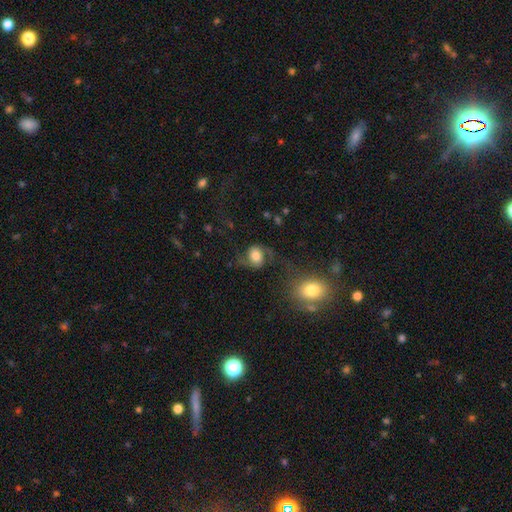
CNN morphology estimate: A featured or disk galaxy (58%) with no bar (62%), 2 (91%) loose (61%) spiral arms (90%) and a moderate central bulge (41%).

Vote fractions:
- Smooth or featured? featured or disk: 58% / smooth: 32% / star or artifact: 10%
- Edge-on disk? no: 97% / yes: 3%
- Bar? no: 62% / weak: 29% / strong: 8%
- Spiral arms? yes: 90% / no: 10%
- Spiral winding? loose: 61% / medium: 32% / tight: 7%
- Spiral arm count? 2: 91% / 1: 4% / can't tell: 2% / 3: 1% / 4: 1% / more than 4: 1%
- Bulge size? moderate: 41% / large: 35% / small: 12% / dominant: 10% / none: 4%
- Merging? none: 59% / minor disturbance: 19% / major disturbance: 17% / merger: 5%